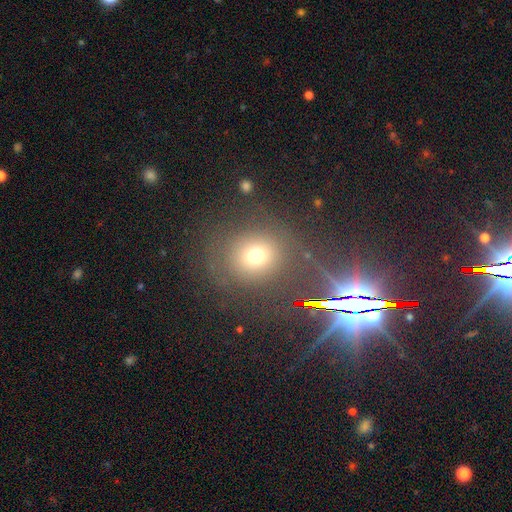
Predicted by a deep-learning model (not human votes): This is likely a smooth galaxy (67%). How rounded: clearly round (83%). Merging: likely none (79%).